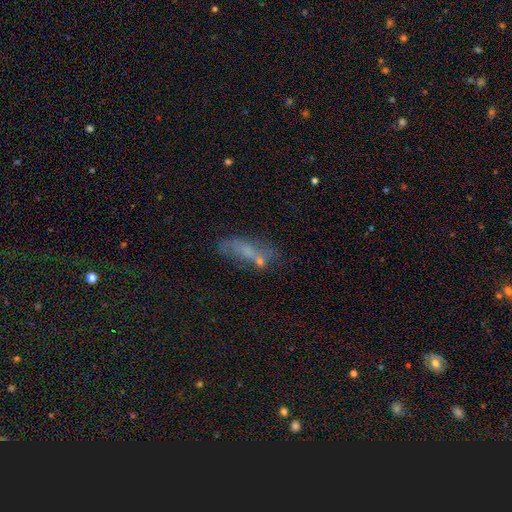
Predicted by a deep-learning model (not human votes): Smooth or featured?
  - smooth: 48% *
  - featured or disk: 37%
  - star or artifact: 15%
Merging?
  - none: 40% *
  - minor disturbance: 21%
  - major disturbance: 19%
  - merger: 19%